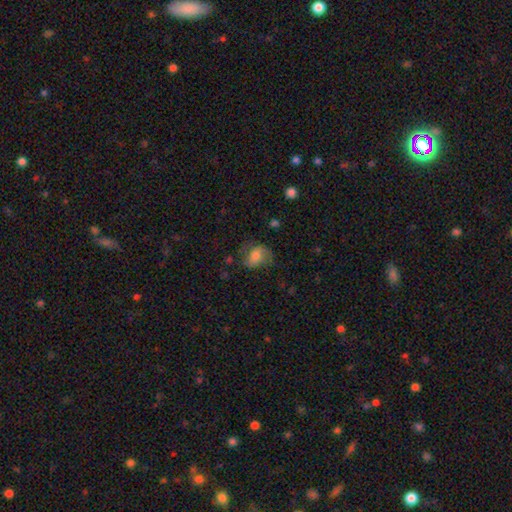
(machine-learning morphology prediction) The model was most divided on "smooth or featured": smooth: 58%, featured or disk: 33%, star or artifact: 9%. More confident: how rounded — in between (67%); merging — none (59%).